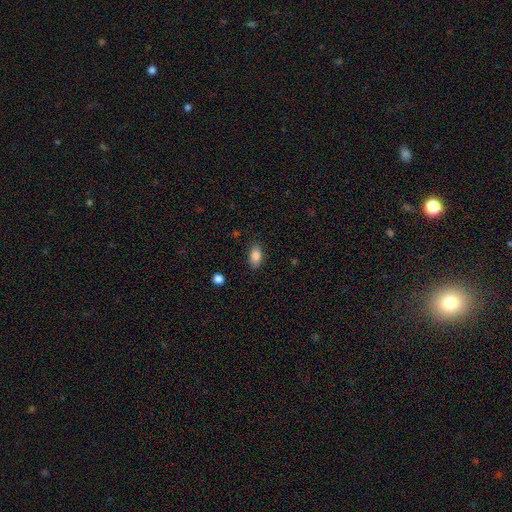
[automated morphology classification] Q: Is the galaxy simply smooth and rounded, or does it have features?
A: smooth — 86%.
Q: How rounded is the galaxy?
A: in between — 90%.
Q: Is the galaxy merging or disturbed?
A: none — 85%.